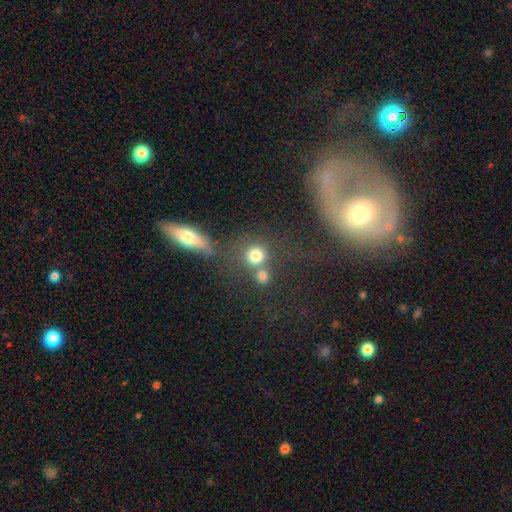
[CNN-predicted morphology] A smooth galaxy with no disk features (76%) that is round (86%). Merging: none (52%).